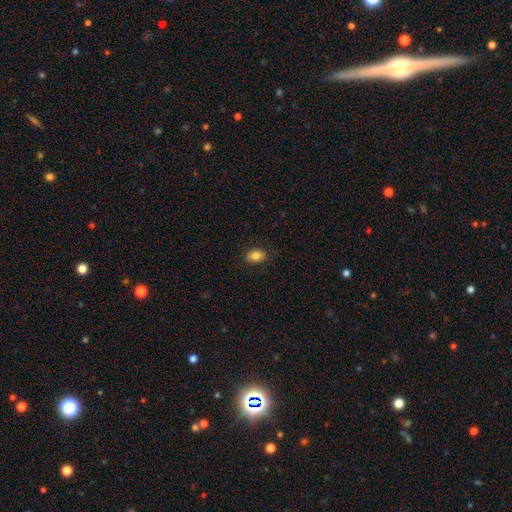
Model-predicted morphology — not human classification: Smooth or featured?
  - smooth: 83% *
  - star or artifact: 9%
  - featured or disk: 8%
How rounded?
  - in between: 78% *
  - round: 20%
  - cigar-shaped: 1%
Merging?
  - none: 86% *
  - minor disturbance: 11%
  - major disturbance: 2%
  - merger: 1%